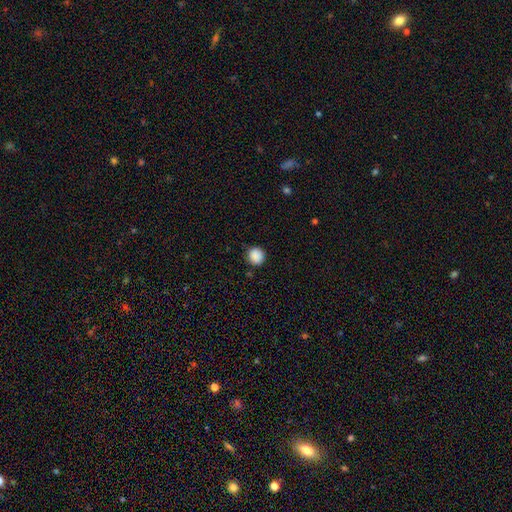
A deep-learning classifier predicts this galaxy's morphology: Smooth or featured: smooth — 89% (star or artifact — 9%)
How rounded: round — 91% (in between — 8%)
Merging: none — 88% (minor disturbance — 8%)